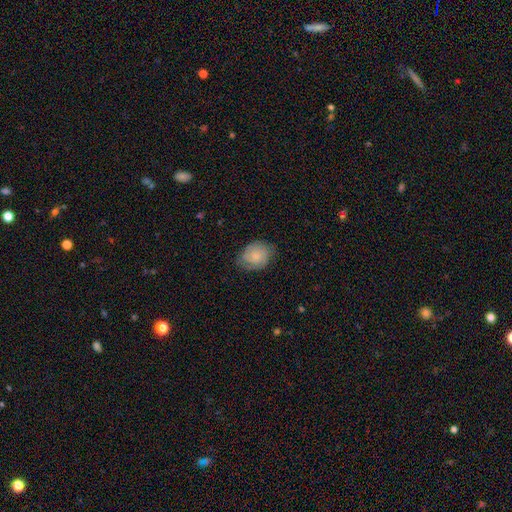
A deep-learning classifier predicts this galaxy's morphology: Smooth or featured: smooth — 66% (featured or disk — 27%)
How rounded: in between — 50% (round — 49%)
Merging: none — 67% (minor disturbance — 25%)